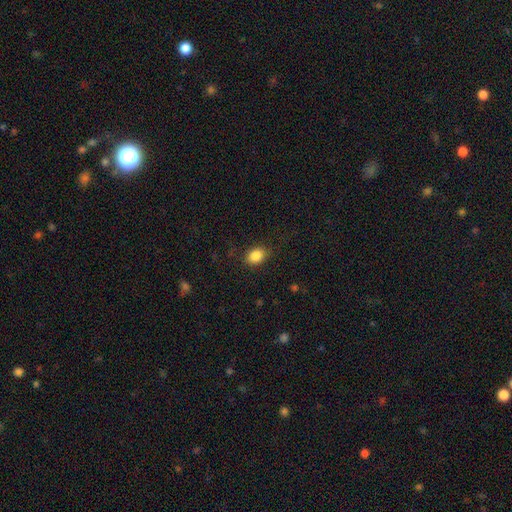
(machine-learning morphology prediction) A smooth galaxy with no disk features (86%) that is in between round and cigar-shaped (70%). Merging: none (84%).